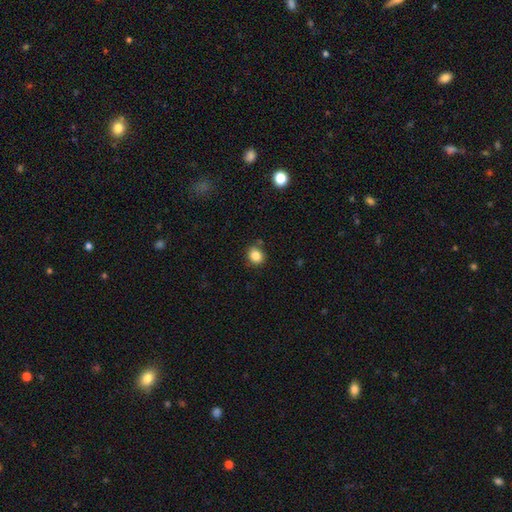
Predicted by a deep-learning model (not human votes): This is clearly a smooth galaxy (84%). How rounded: likely round (76%). Merging: clearly none (83%).